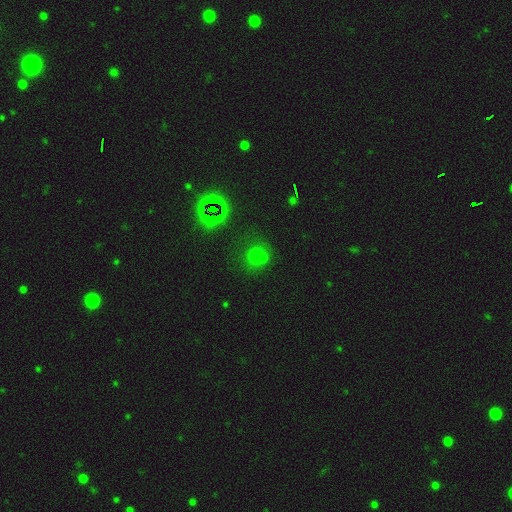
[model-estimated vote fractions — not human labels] Smooth or featured? smooth (54%)
How rounded? round (79%)
Merging? none (47%)